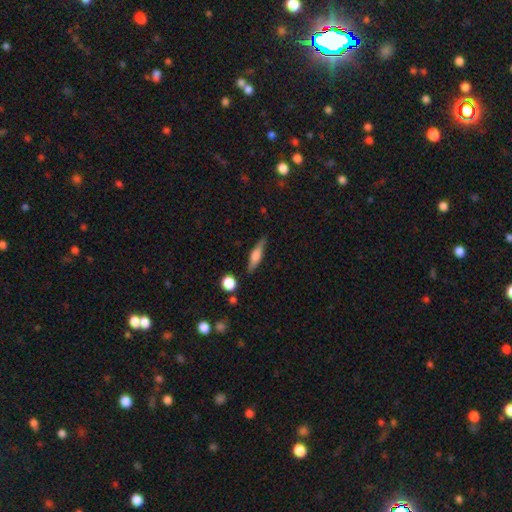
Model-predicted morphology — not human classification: type=featured or disk (49%); merging=none (83%).